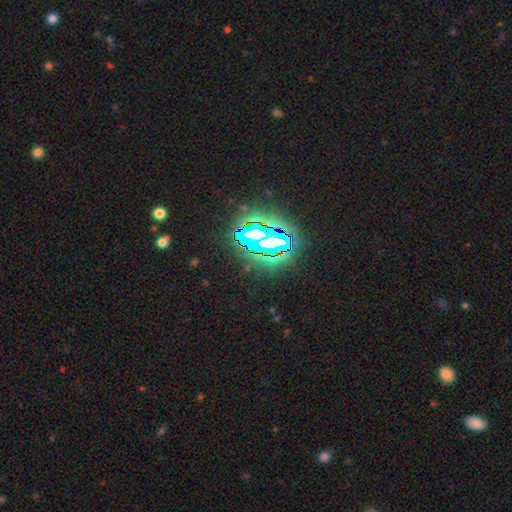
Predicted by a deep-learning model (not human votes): A star or artifact, not a galaxy (84%).

Vote fractions:
- Smooth or featured? star or artifact: 84% / smooth: 10% / featured or disk: 7%